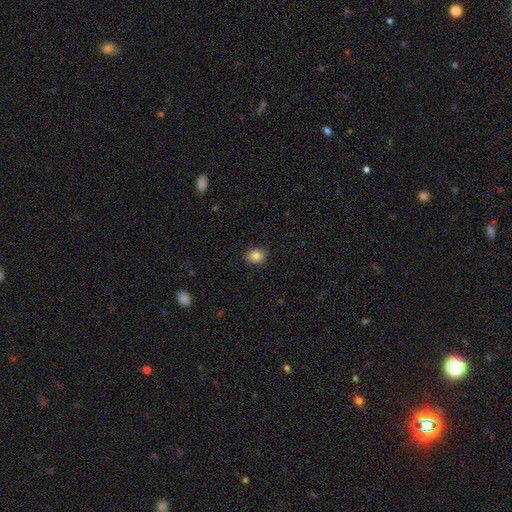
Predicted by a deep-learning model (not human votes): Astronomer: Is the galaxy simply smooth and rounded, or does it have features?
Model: smooth — 86%.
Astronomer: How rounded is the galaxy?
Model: in between — 58% (runner-up: round, 41%).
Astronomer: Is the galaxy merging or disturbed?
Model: none — 85%.